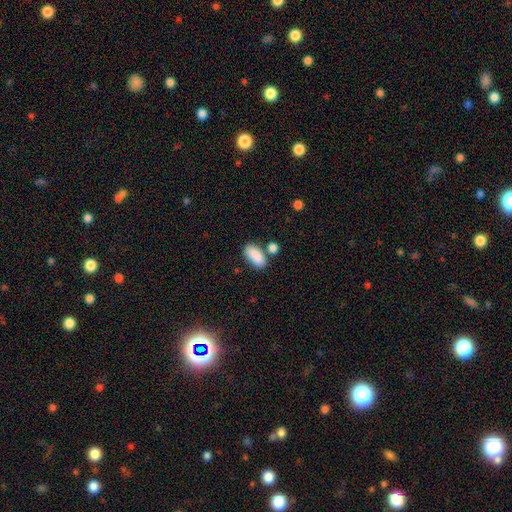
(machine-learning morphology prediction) Q: Smooth or featured?
A: smooth (88%); runner-up: star or artifact (7%)
Q: How rounded?
A: in between (90%); runner-up: cigar-shaped (6%)
Q: Merging?
A: none (65%); runner-up: merger (16%)